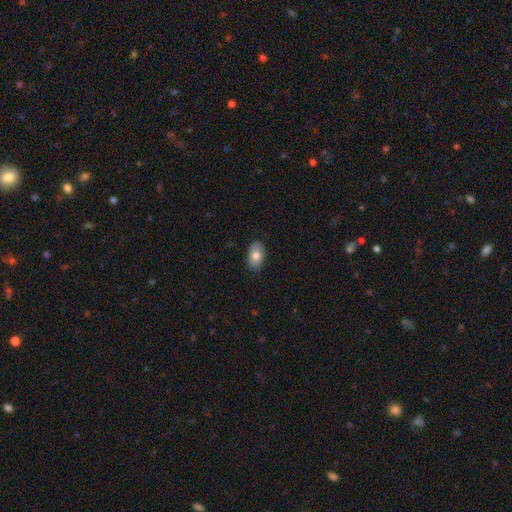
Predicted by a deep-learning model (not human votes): Morphology: type=smooth (76%); roundness=in between (91%); merging=none (85%).